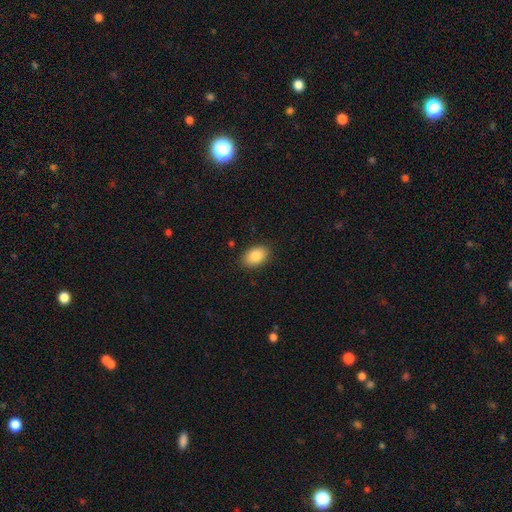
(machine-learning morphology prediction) Smooth or featured?
  - smooth: 87% *
  - star or artifact: 7%
  - featured or disk: 6%
How rounded?
  - in between: 87% *
  - round: 12%
  - cigar-shaped: 1%
Merging?
  - none: 87% *
  - minor disturbance: 10%
  - major disturbance: 2%
  - merger: 1%